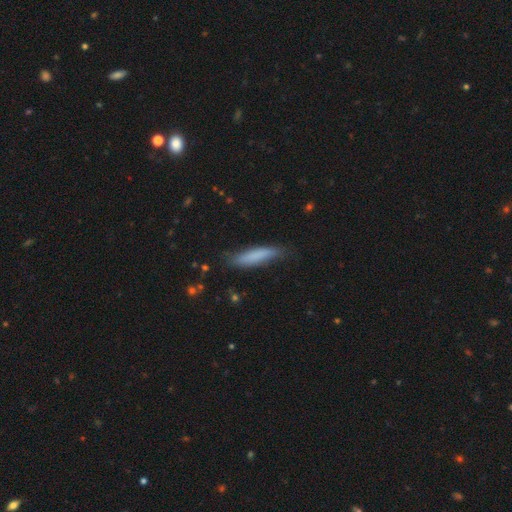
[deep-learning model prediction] Smooth or featured: smooth — 79% (featured or disk — 15%)
How rounded: cigar-shaped — 83% (in between — 15%)
Merging: none — 77% (minor disturbance — 18%)